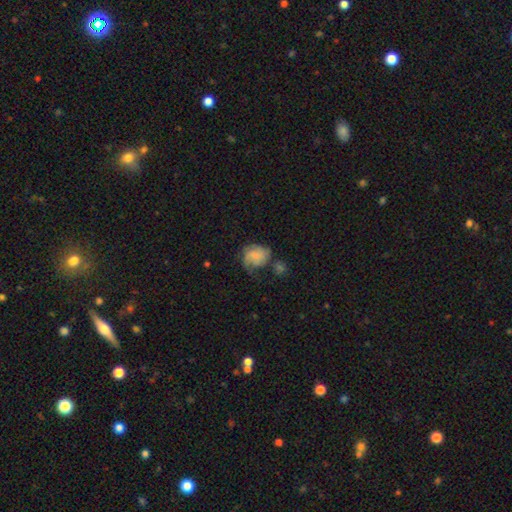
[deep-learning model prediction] Smooth or featured?
  - smooth: 50% *
  - featured or disk: 41%
  - star or artifact: 9%
Merging?
  - none: 39% *
  - minor disturbance: 28%
  - major disturbance: 23%
  - merger: 9%